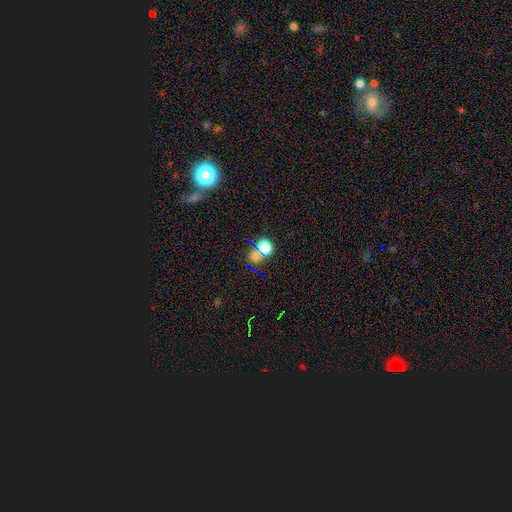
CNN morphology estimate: smooth 63%, star or artifact 27%, featured or disk 10%. Down the decision tree: how rounded — round (81%); merging — none (53%).